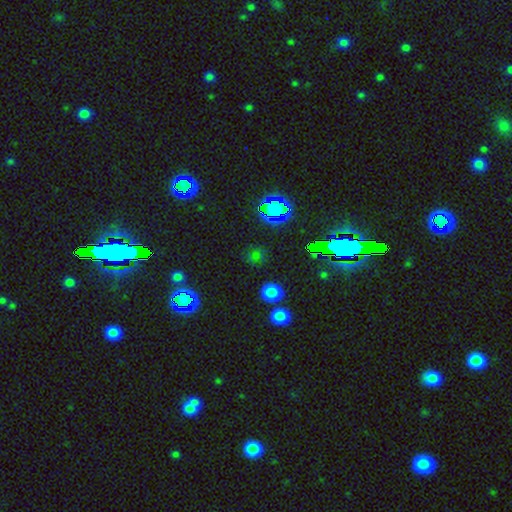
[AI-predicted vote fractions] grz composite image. It shows a smooth galaxy with no disk features (46%, tied with star or artifact). Merging: none (77%).